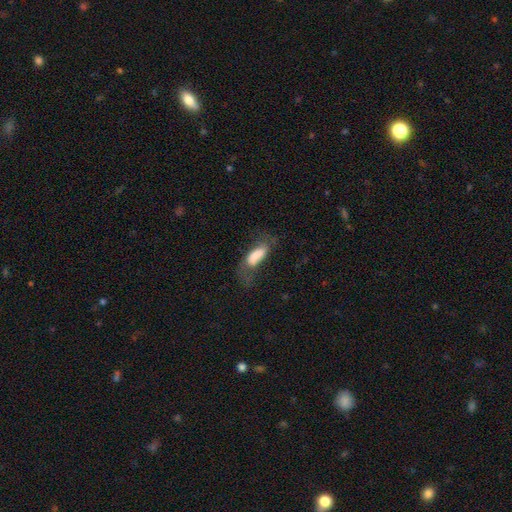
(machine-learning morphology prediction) smooth 68%, featured or disk 24%, star or artifact 8%. Down the decision tree: how rounded — in between (70%); merging — none (36%).